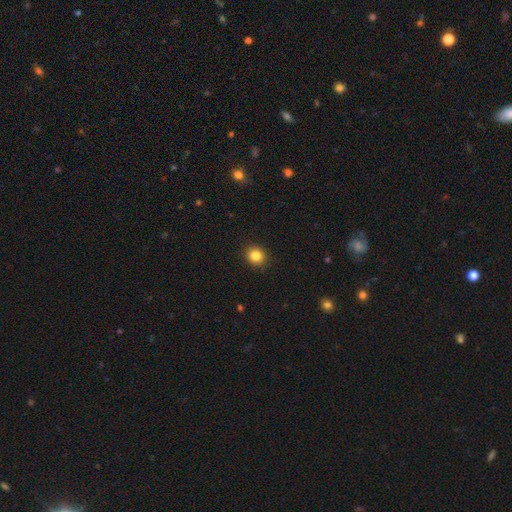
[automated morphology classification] smooth_or_featured: smooth (p=0.85) [alt: star or artifact p=0.11]
how_rounded: round (p=0.86) [alt: in between p=0.14]
merging: none (p=0.91) [alt: minor disturbance p=0.06]